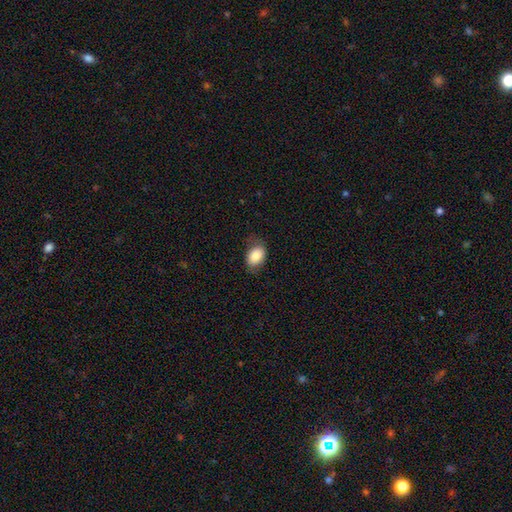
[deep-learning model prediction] Morphology: type=smooth (85%); roundness=in between (81%); merging=none (71%).